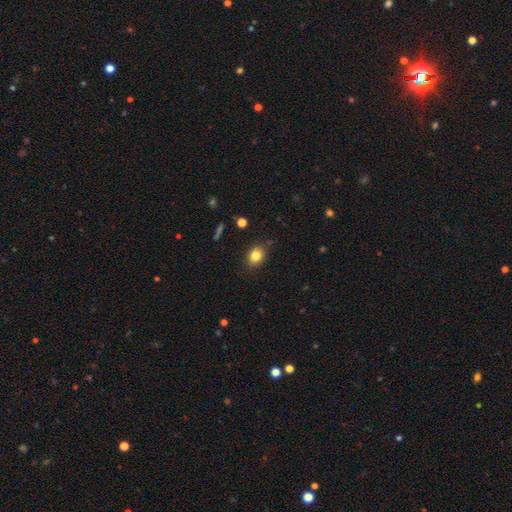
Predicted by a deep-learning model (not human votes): smooth_or_featured: smooth (p=0.83) [alt: star or artifact p=0.10]
how_rounded: in between (p=0.56) [alt: round p=0.42]
merging: none (p=0.84) [alt: minor disturbance p=0.12]